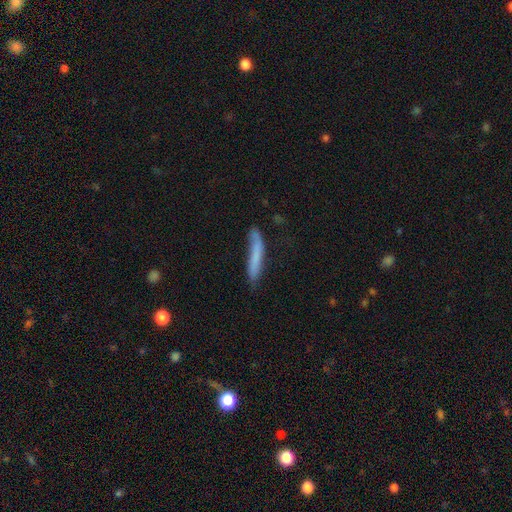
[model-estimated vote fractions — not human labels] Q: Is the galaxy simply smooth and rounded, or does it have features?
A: smooth — 70%.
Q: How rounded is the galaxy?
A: cigar-shaped — 94%.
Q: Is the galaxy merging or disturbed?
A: none — 65%.